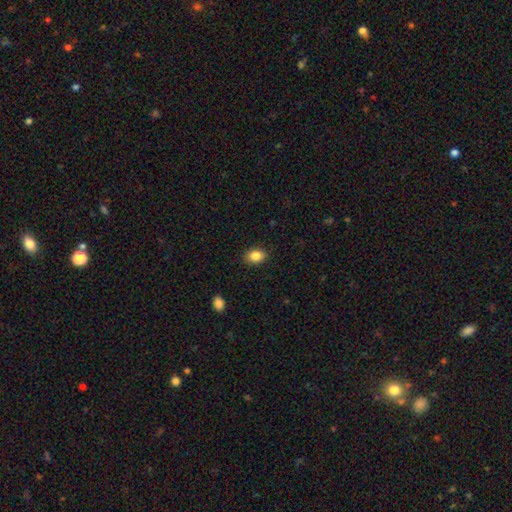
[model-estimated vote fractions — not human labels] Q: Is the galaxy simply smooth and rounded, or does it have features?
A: smooth — 86%.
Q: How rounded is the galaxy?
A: in between — 71%.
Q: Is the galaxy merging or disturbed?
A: none — 88%.